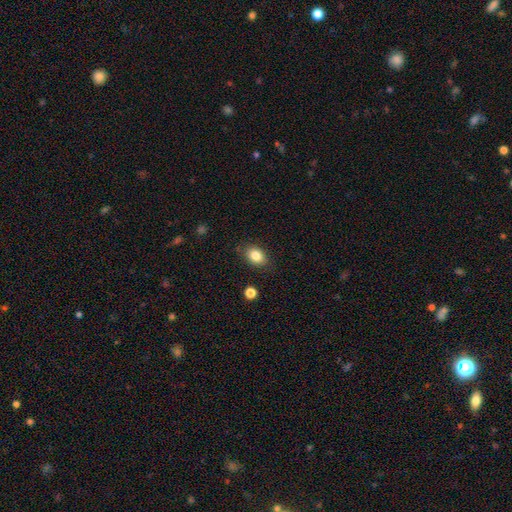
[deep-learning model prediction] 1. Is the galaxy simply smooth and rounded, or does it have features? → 84% smooth, 9% star or artifact, 7% featured or disk.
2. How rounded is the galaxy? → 75% in between, 23% round, 1% cigar-shaped.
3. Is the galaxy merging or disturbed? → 84% none, 12% minor disturbance, 3% major disturbance, 2% merger.